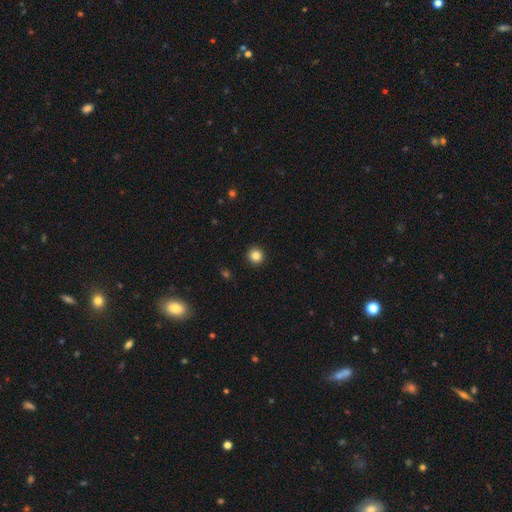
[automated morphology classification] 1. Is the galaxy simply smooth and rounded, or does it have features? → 85% smooth, 11% star or artifact, 4% featured or disk.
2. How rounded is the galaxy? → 95% round, 4% in between, 1% cigar-shaped.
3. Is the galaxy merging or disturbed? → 93% none, 4% minor disturbance, 2% major disturbance, 1% merger.